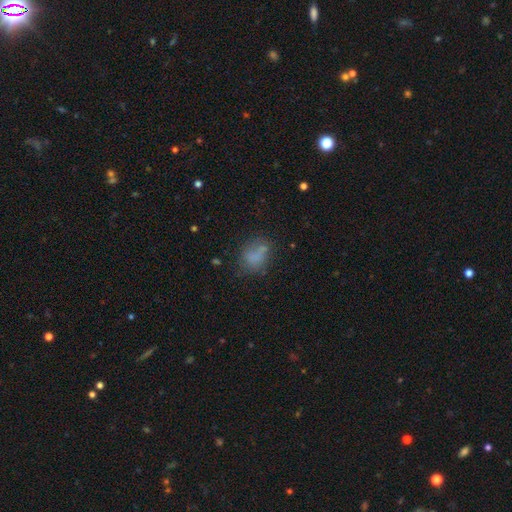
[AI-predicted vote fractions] smooth-or-featured: smooth: 69% | featured or disk: 17% | star or artifact: 14%
  how-rounded: in between: 68% | round: 29% | cigar-shaped: 3%
  merging: none: 50% | minor disturbance: 24% | major disturbance: 16% | merger: 10%